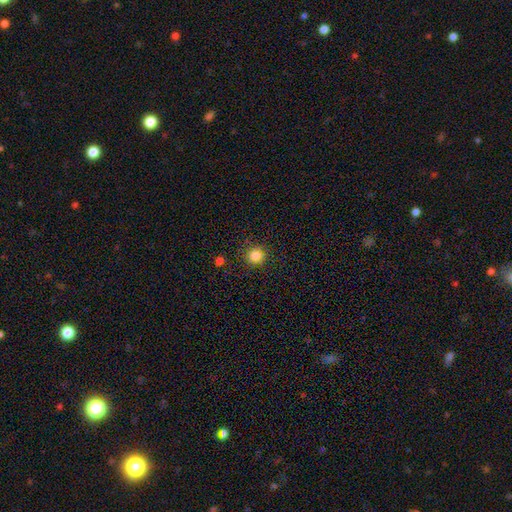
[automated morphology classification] smooth 84%, star or artifact 12%, featured or disk 4%. Down the decision tree: how rounded — round (91%); merging — none (88%).